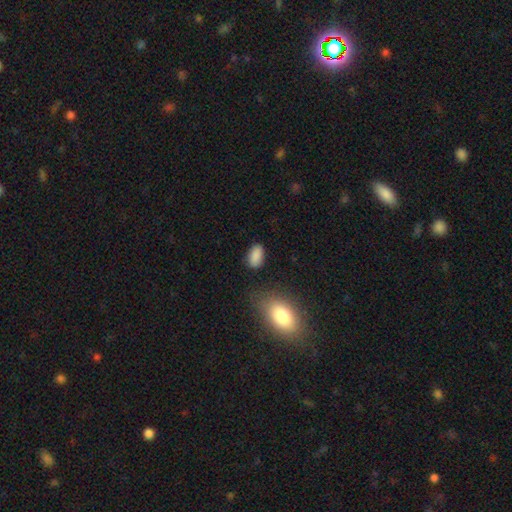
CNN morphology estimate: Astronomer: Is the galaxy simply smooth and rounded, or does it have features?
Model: smooth — 86%.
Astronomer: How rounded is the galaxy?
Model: in between — 91%.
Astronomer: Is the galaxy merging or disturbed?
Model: none — 78%.